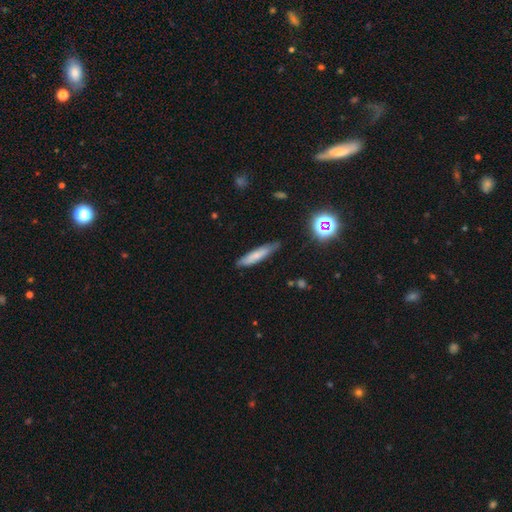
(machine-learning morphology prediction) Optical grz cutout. It shows a smooth galaxy with no disk features (70%) that is cigar-shaped (84%). Merging: none (77%).